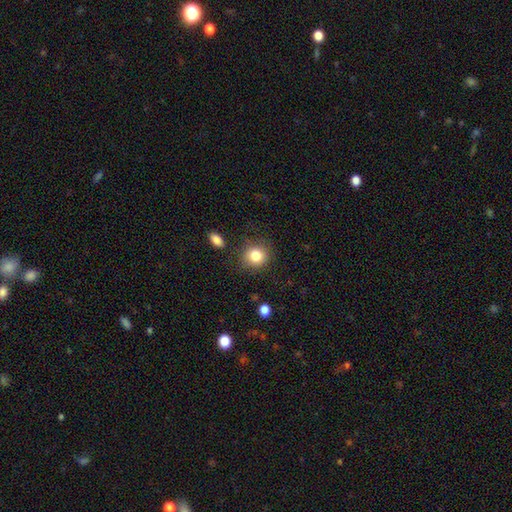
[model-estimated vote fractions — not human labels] smooth 83%, star or artifact 10%, featured or disk 7%. Down the decision tree: how rounded — round (82%); merging — none (82%).